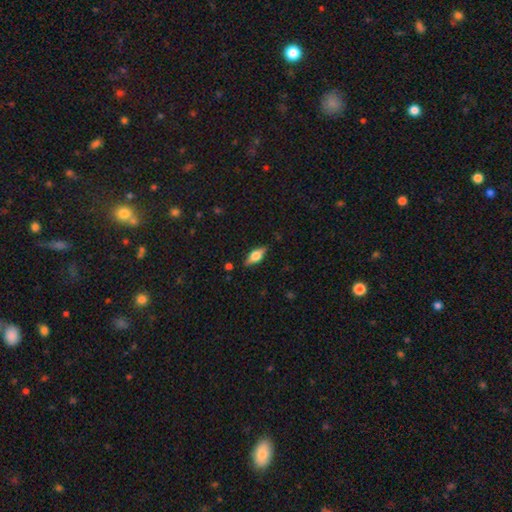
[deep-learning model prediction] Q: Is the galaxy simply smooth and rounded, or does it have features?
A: smooth — 50%.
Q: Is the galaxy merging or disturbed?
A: none — 84%.